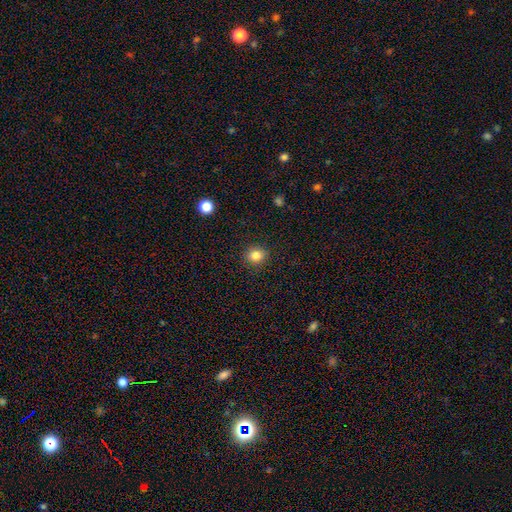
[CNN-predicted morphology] The model was most divided on "how rounded": round: 80%, in between: 19%, cigar-shaped: 1%. More confident: merging — none (90%); smooth or featured — smooth (83%).